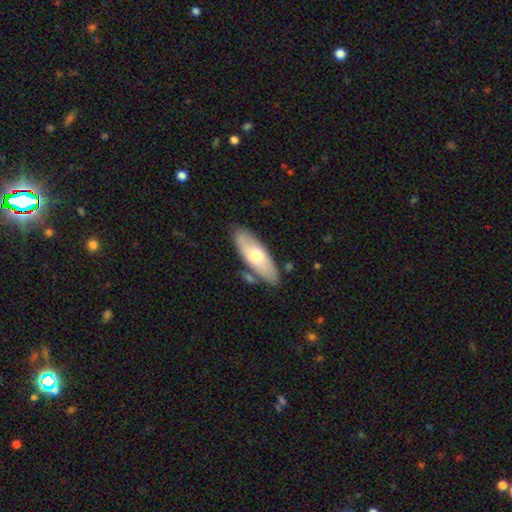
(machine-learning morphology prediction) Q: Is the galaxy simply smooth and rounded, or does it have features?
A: smooth — 60%.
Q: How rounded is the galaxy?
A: in between — 68%.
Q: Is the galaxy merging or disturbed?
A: none — 78%.